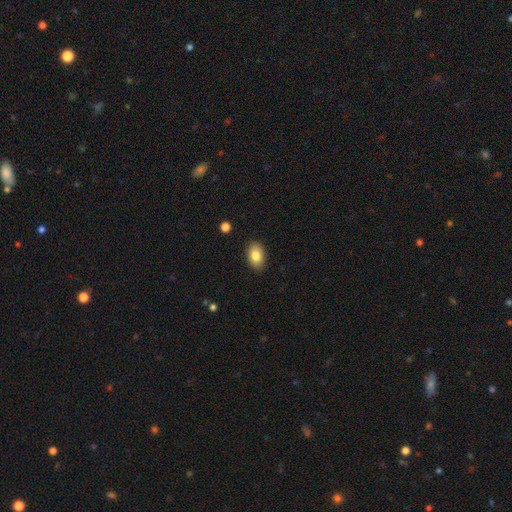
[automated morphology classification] Overall: smooth (83%). How rounded: in between (88%). Merging: none (89%).